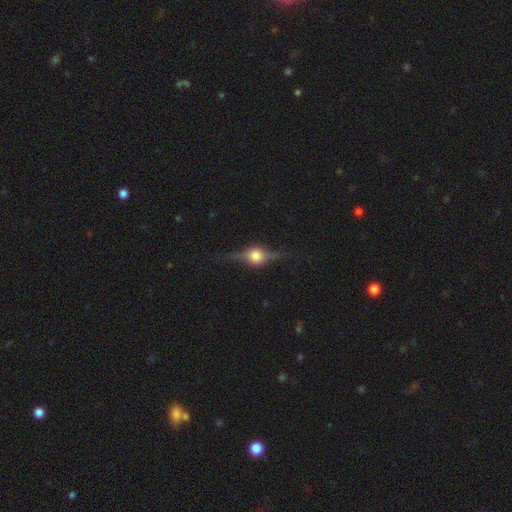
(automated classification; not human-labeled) Smooth or featured? featured or disk (77%)
Edge-on disk? yes (96%)
Edge-on bulge? rounded (94%)
Merging? none (84%)